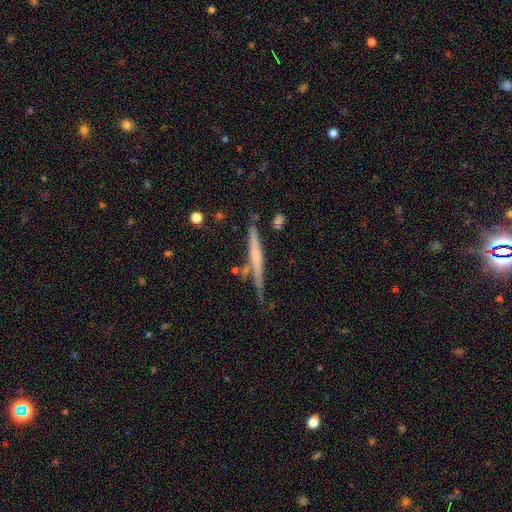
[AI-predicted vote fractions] Morphology: type=featured or disk (57%); edge-on=yes (96%); edge-on bulge=none (62%); merging=none (73%).